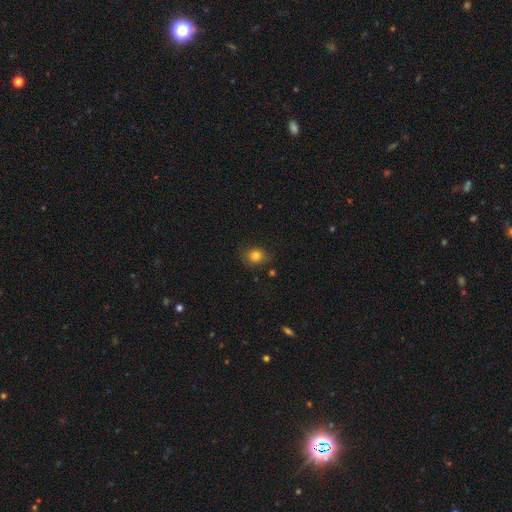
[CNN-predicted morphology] smooth 81%, star or artifact 12%, featured or disk 7%. Down the decision tree: how rounded — round (65%); merging — none (79%).